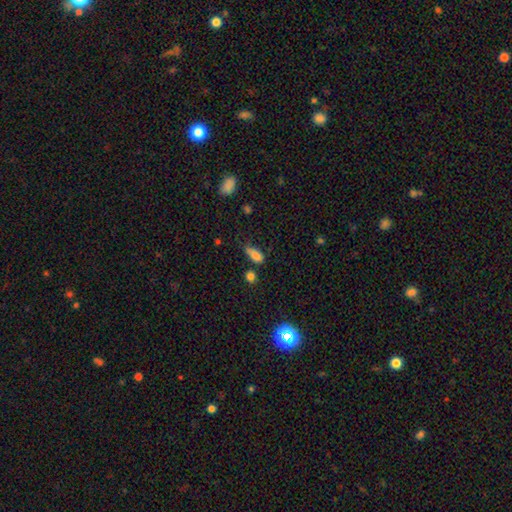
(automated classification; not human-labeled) Q: Smooth or featured?
A: smooth (80%); runner-up: star or artifact (11%)
Q: How rounded?
A: in between (84%); runner-up: cigar-shaped (9%)
Q: Merging?
A: none (39%); tied with: minor disturbance (39%)